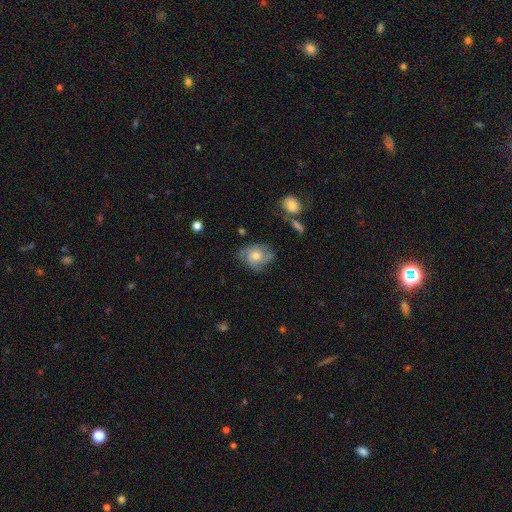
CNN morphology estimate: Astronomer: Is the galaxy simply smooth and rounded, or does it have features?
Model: featured or disk — 64%.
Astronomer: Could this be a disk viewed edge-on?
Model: no — 97%.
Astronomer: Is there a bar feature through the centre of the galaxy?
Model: no — 78%.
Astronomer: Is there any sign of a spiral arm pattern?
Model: yes — 89%.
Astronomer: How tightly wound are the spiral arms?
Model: medium — 44% (runner-up: tight, 36%).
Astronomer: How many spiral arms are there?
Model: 3 — 39% (runner-up: 2, 28%).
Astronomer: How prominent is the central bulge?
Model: moderate — 65%.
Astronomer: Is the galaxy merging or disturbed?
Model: none — 65%.